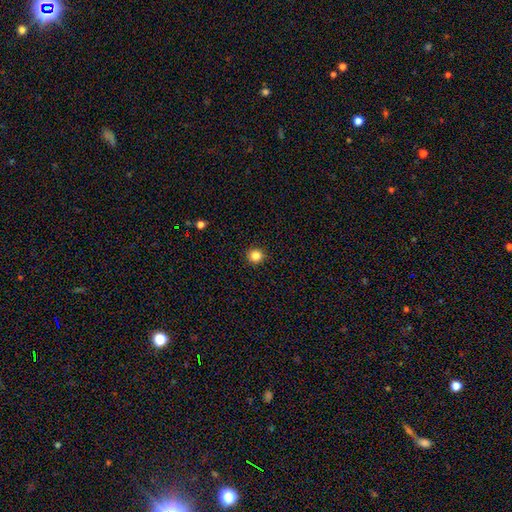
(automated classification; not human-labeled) Smooth or featured?
  - smooth: 84% *
  - star or artifact: 12%
  - featured or disk: 4%
How rounded?
  - round: 94% *
  - in between: 5%
  - cigar-shaped: 1%
Merging?
  - none: 93% *
  - minor disturbance: 5%
  - major disturbance: 2%
  - merger: 1%